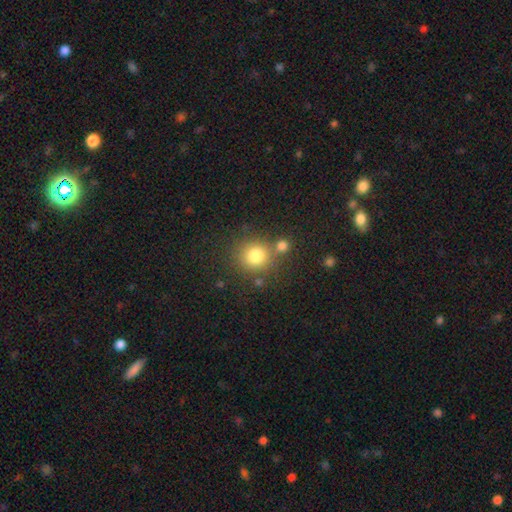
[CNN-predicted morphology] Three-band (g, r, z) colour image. It shows a smooth galaxy with no disk features (80%) that is round (88%). Merging: none (70%).